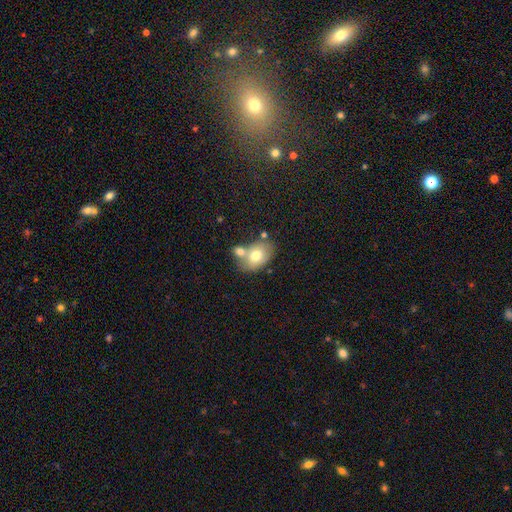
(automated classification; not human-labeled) This is likely a smooth galaxy (71%). How rounded: likely in between (79%). Merging: marginally none (43%).